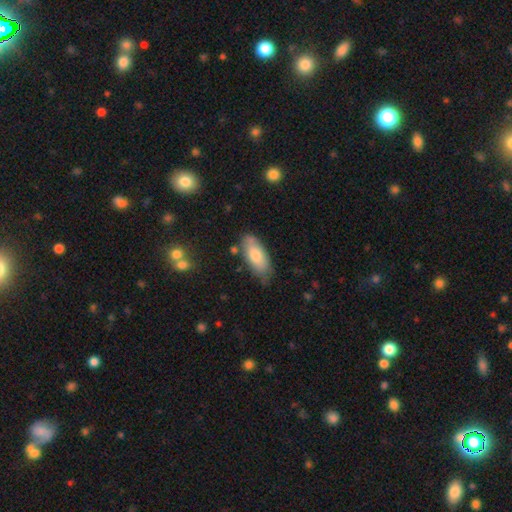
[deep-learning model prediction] smooth_or_featured: smooth (p=0.73) [alt: featured or disk p=0.21]
how_rounded: in between (p=0.86) [alt: cigar-shaped p=0.12]
merging: none (p=0.68) [alt: minor disturbance p=0.24]